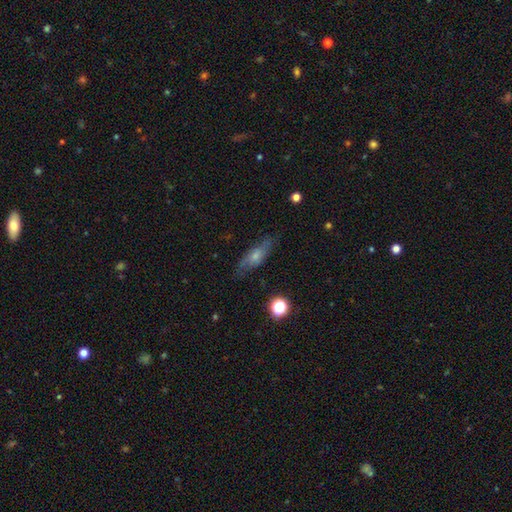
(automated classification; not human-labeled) Smooth or featured? smooth (50%)
Merging? none (74%)